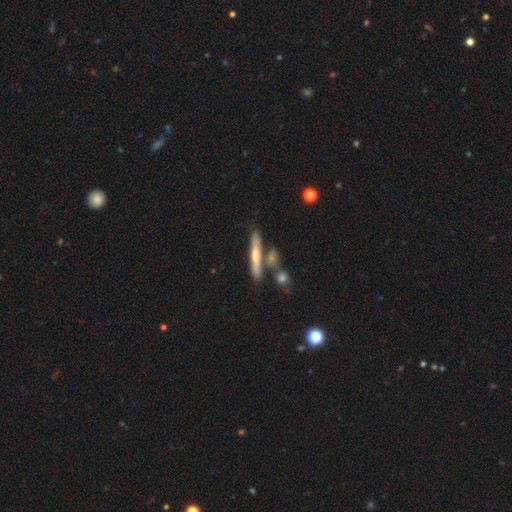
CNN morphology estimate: Smooth or featured?
  - featured or disk: 59% *
  - smooth: 33%
  - star or artifact: 8%
Edge-on disk?
  - yes: 94% *
  - no: 6%
Edge-on bulge?
  - rounded: 75% *
  - none: 19%
  - boxy: 6%
Merging?
  - none: 68% *
  - merger: 18%
  - minor disturbance: 10%
  - major disturbance: 3%